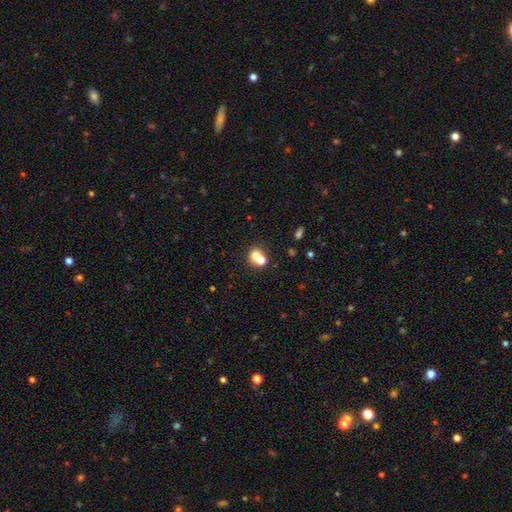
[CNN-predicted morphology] smooth-or-featured: smooth: 65% | featured or disk: 21% | star or artifact: 13%
  how-rounded: round: 60% | in between: 39% | cigar-shaped: 1%
  merging: merger: 57% | none: 30% | minor disturbance: 8% | major disturbance: 5%